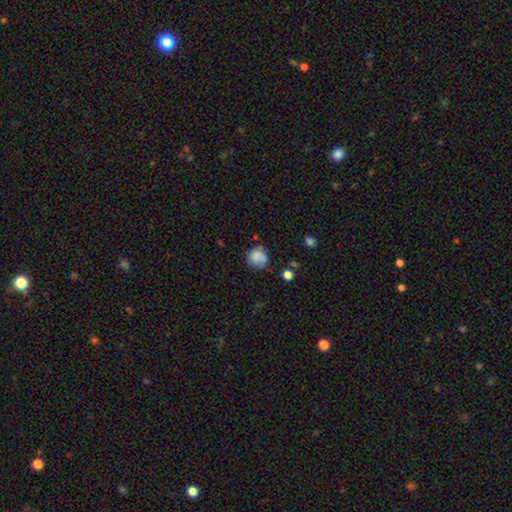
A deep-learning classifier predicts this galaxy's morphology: smooth_or_featured: smooth (p=0.79) [alt: featured or disk p=0.12]
how_rounded: round (p=0.83) [alt: in between p=0.16]
merging: none (p=0.61) [alt: minor disturbance p=0.25]